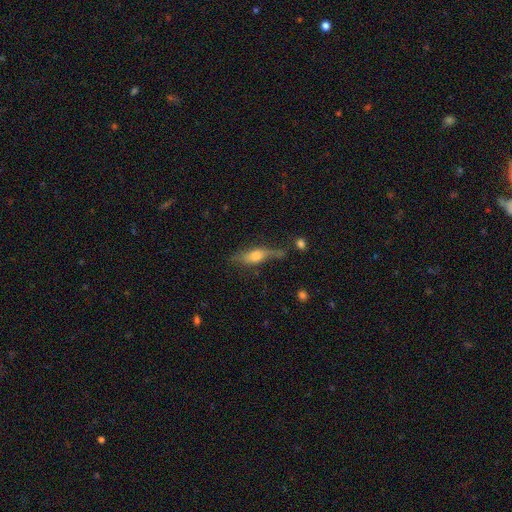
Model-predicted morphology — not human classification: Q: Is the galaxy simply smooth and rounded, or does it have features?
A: featured or disk — 46%.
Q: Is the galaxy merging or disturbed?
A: none — 55%.